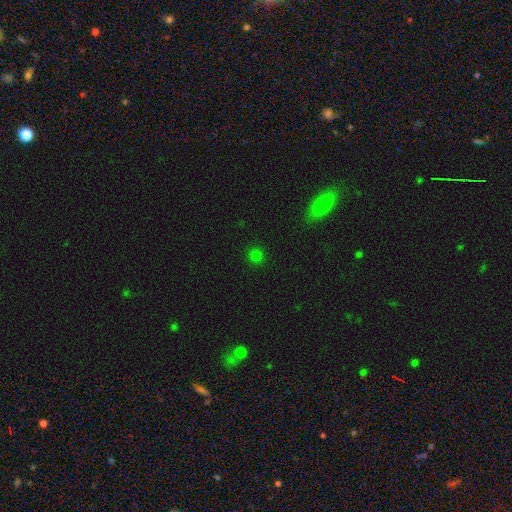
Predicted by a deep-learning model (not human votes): Morphology: type=smooth (77%); roundness=round (92%); merging=none (91%).